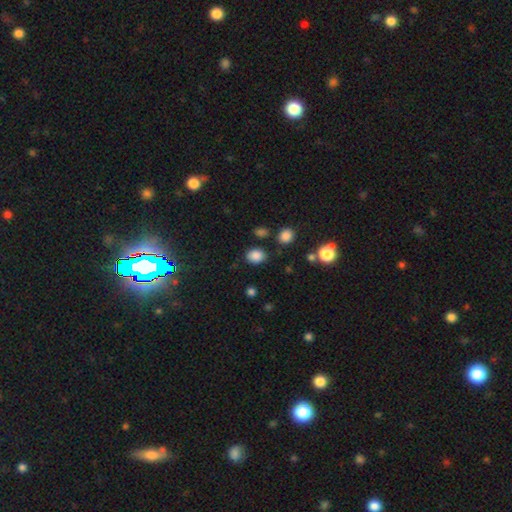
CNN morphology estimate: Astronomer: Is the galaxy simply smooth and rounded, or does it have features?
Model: smooth — 85%.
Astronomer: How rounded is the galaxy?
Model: in between — 57% (runner-up: round, 42%).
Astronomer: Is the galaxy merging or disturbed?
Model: none — 81%.